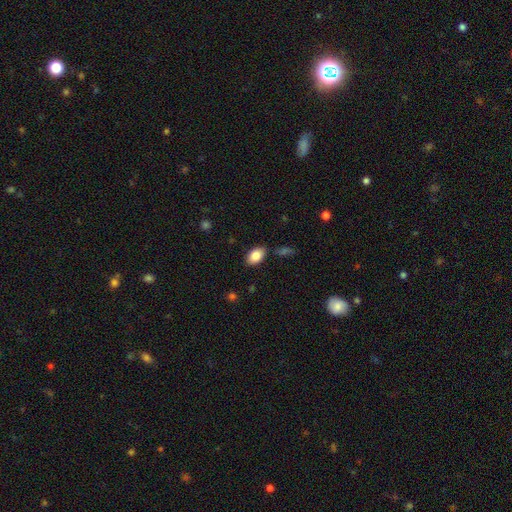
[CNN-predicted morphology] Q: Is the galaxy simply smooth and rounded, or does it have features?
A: smooth — 85%.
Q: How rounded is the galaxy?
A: in between — 90%.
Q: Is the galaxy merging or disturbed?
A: none — 83%.